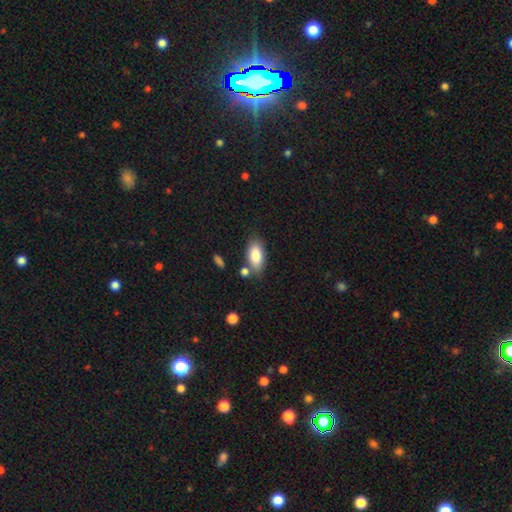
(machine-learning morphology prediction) Smooth or featured? Predicted: smooth (p=0.85). How rounded? Predicted: in between (p=0.89). Merging? Predicted: none (p=0.70).